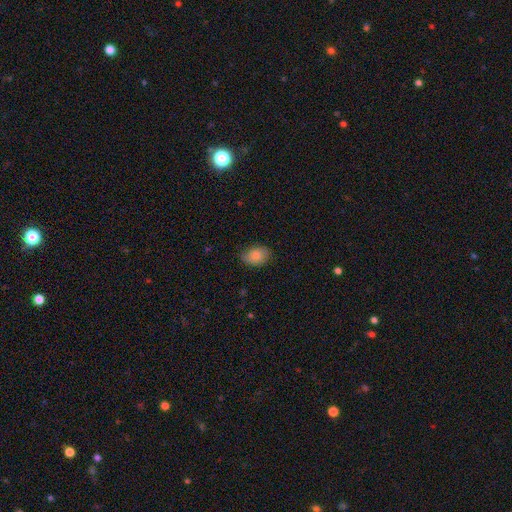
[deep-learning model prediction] Smooth or featured? Predicted: smooth (p=0.78). How rounded? Predicted: in between (p=0.78). Merging? Predicted: none (p=0.74).